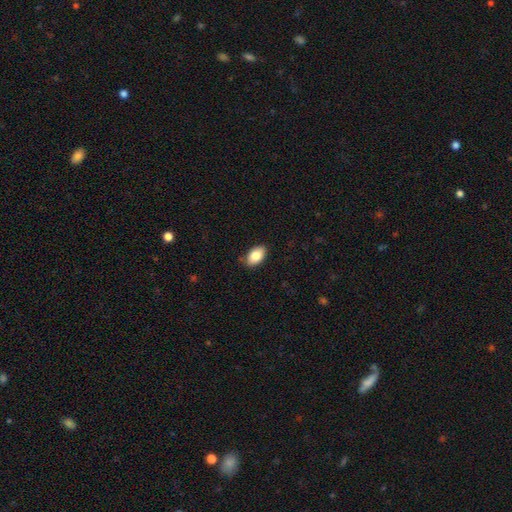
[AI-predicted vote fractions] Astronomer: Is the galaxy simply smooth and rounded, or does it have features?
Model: smooth — 85%.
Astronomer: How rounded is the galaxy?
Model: in between — 93%.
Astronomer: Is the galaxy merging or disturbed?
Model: none — 85%.